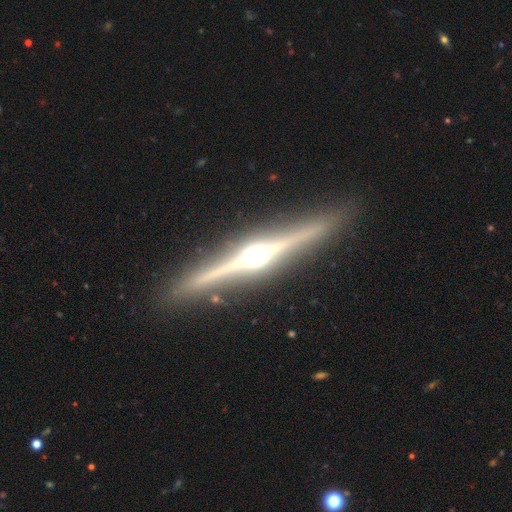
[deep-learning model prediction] Smooth or featured: featured or disk — 88% (smooth — 7%)
Edge-on disk: yes — 99% (no — 1%)
Edge-on bulge: rounded — 94% (boxy — 3%)
Merging: none — 91% (minor disturbance — 6%)